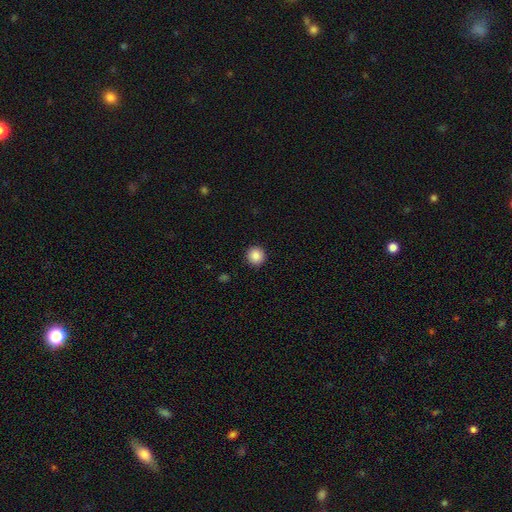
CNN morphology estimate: type=smooth (87%); roundness=round (94%); merging=none (92%).